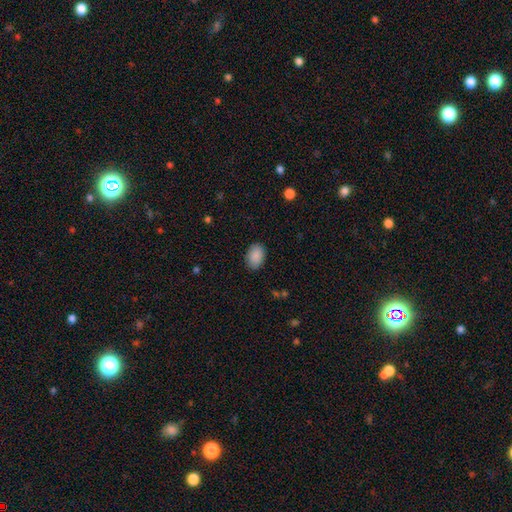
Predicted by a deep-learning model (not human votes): Smooth or featured?
  - smooth: 90% *
  - star or artifact: 7%
  - featured or disk: 4%
How rounded?
  - in between: 86% *
  - round: 13%
  - cigar-shaped: 1%
Merging?
  - none: 87% *
  - minor disturbance: 10%
  - major disturbance: 2%
  - merger: 1%